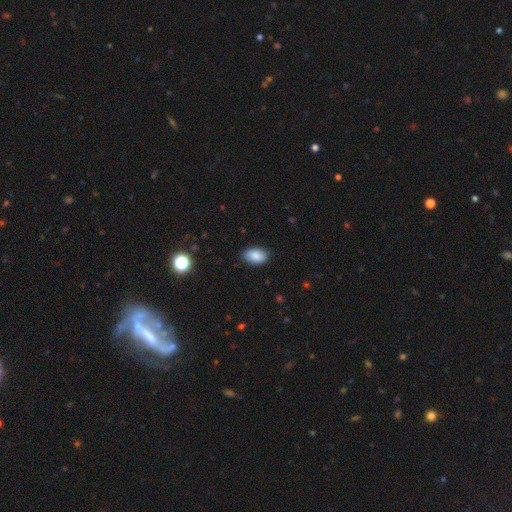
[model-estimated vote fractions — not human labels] smooth_or_featured: smooth (p=0.87) [alt: star or artifact p=0.08]
how_rounded: in between (p=0.91) [alt: round p=0.08]
merging: none (p=0.86) [alt: minor disturbance p=0.10]